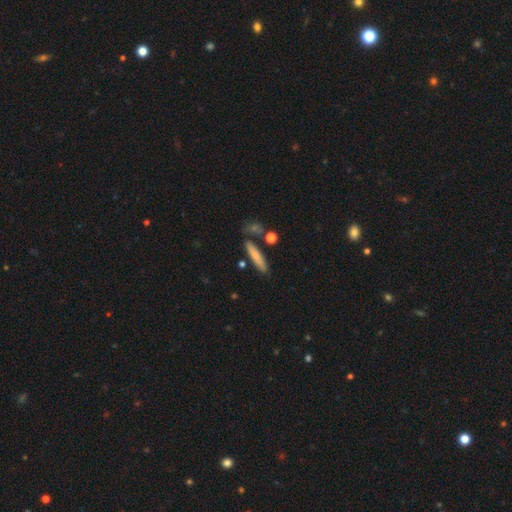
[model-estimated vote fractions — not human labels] A smooth galaxy with no disk features (73%) that is cigar-shaped (82%).

Vote fractions:
- Smooth or featured? smooth: 73% / featured or disk: 21% / star or artifact: 7%
- How rounded? cigar-shaped: 82% / in between: 15% / round: 2%
- Merging? none: 79% / minor disturbance: 12% / merger: 7% / major disturbance: 3%